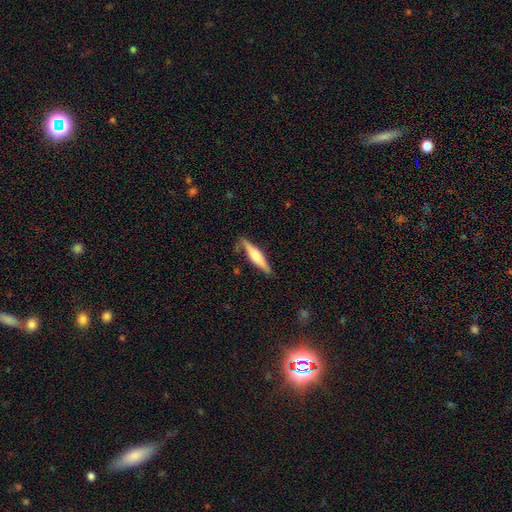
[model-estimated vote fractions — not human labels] Smooth or featured? featured or disk (56%)
Edge-on disk? yes (96%)
Edge-on bulge? rounded (82%)
Merging? none (83%)